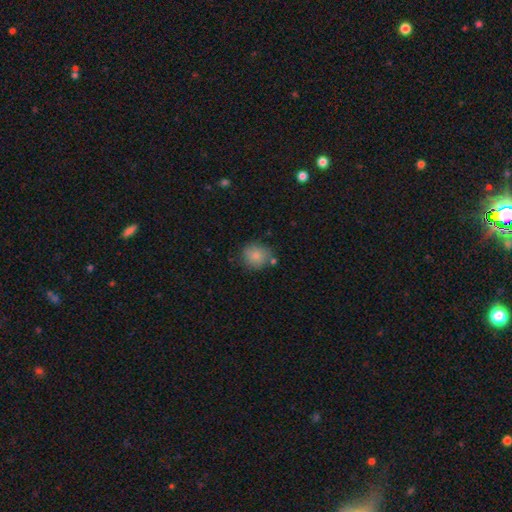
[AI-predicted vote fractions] A smooth galaxy with no disk features (83%) that is round (80%).

Vote fractions:
- Smooth or featured? smooth: 83% / star or artifact: 9% / featured or disk: 8%
- How rounded? round: 80% / in between: 19% / cigar-shaped: 1%
- Merging? none: 73% / minor disturbance: 16% / merger: 7% / major disturbance: 4%